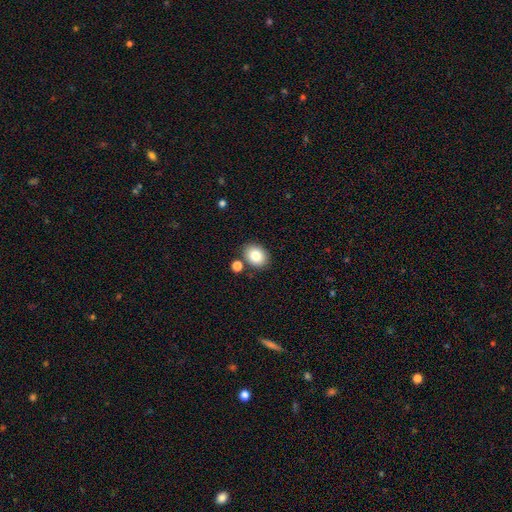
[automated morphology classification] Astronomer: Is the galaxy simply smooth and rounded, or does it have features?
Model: smooth — 83%.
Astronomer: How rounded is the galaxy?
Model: in between — 56% (runner-up: round, 43%).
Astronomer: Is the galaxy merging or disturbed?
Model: none — 79%.